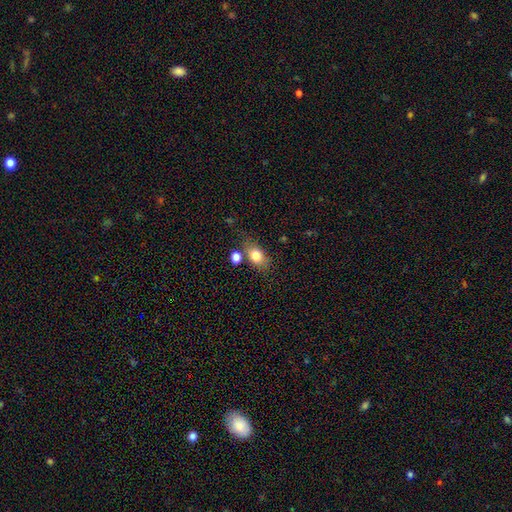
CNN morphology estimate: The model was most divided on "merging": none: 63%, minor disturbance: 17%, merger: 14%, major disturbance: 6%. More confident: smooth or featured — smooth (79%); how rounded — in between (74%).